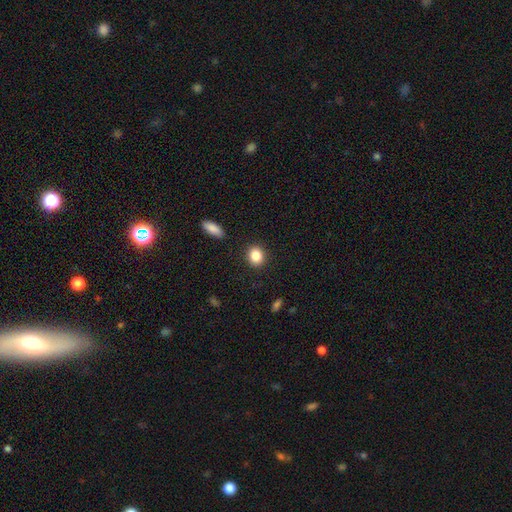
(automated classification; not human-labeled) This appears to be a smooth galaxy with no disk features (86%) that is round (59%). Merging: none (90%).